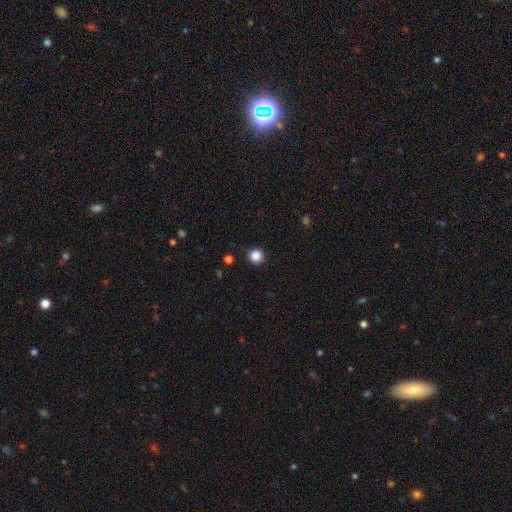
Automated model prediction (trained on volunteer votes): A smooth galaxy with no disk features (85%) that is round (94%). Merging: none (92%).